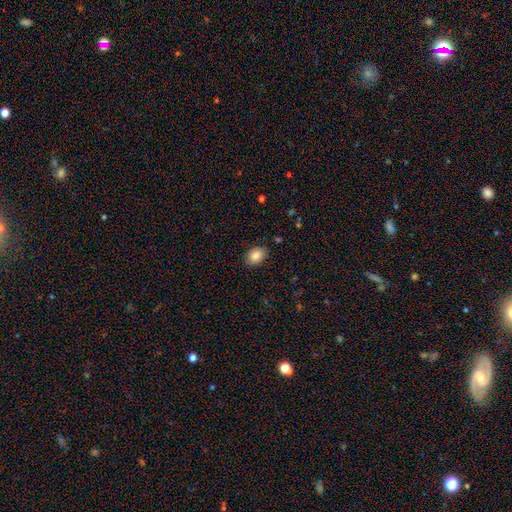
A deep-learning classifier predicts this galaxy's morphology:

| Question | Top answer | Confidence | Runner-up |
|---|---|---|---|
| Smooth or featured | smooth | 85% | star or artifact (8%) |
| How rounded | in between | 73% | round (26%) |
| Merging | none | 86% | minor disturbance (10%) |